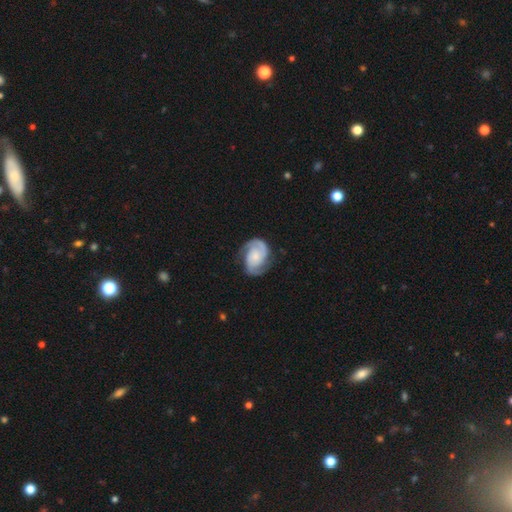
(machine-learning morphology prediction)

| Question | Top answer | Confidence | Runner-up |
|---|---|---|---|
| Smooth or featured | featured or disk | 87% | smooth (9%) |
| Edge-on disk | no | 98% | yes (2%) |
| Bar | no | 67% | weak (26%) |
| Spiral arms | yes | 98% | no (2%) |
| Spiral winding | medium | 46% | tight (40%) |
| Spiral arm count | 2 | 91% | can't tell (3%) |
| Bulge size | small | 47% | moderate (27%) |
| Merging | none | 76% | minor disturbance (17%) |